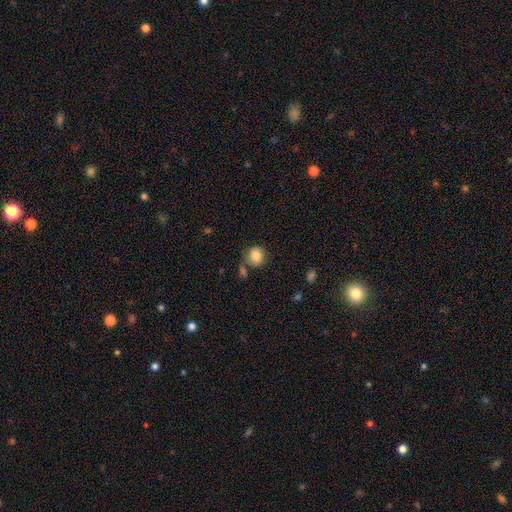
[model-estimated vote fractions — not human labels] Smooth or featured? smooth (84%)
How rounded? round (78%)
Merging? none (68%)